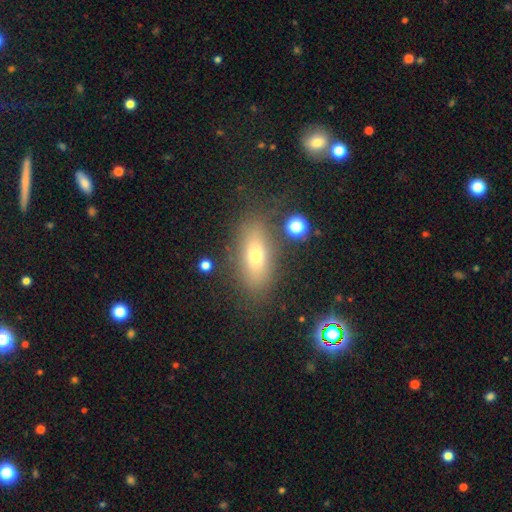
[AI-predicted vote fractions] smooth_or_featured: smooth (p=0.66) [alt: featured or disk p=0.22]
how_rounded: in between (p=0.74) [alt: cigar-shaped p=0.19]
merging: none (p=0.77) [alt: minor disturbance p=0.13]